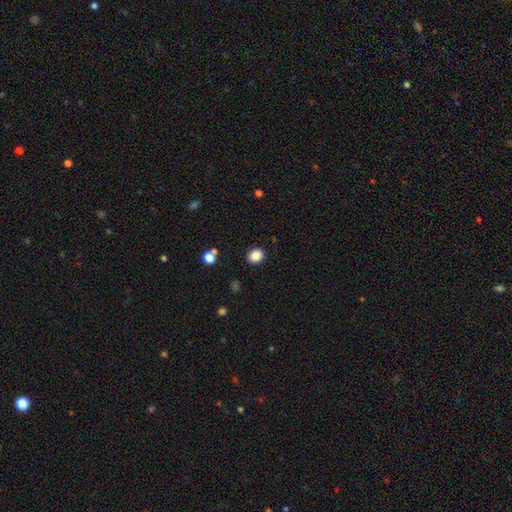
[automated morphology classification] smooth 86%, star or artifact 10%, featured or disk 3%. Down the decision tree: how rounded — round (68%); merging — none (90%).